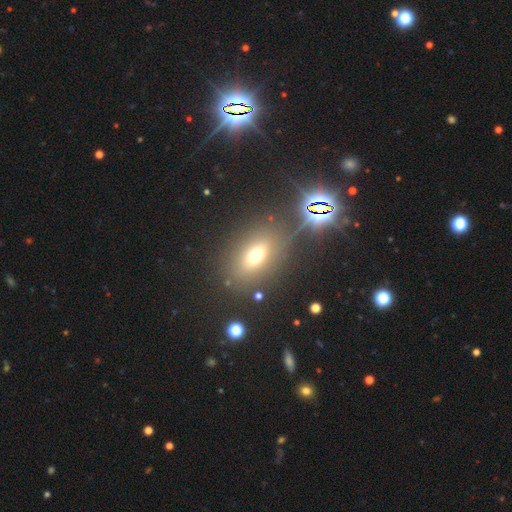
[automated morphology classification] A smooth galaxy with no disk features (60%) that is in between round and cigar-shaped (66%).

Vote fractions:
- Smooth or featured? smooth: 60% / star or artifact: 24% / featured or disk: 16%
- How rounded? in between: 66% / round: 28% / cigar-shaped: 6%
- Merging? none: 79% / minor disturbance: 10% / major disturbance: 6% / merger: 5%